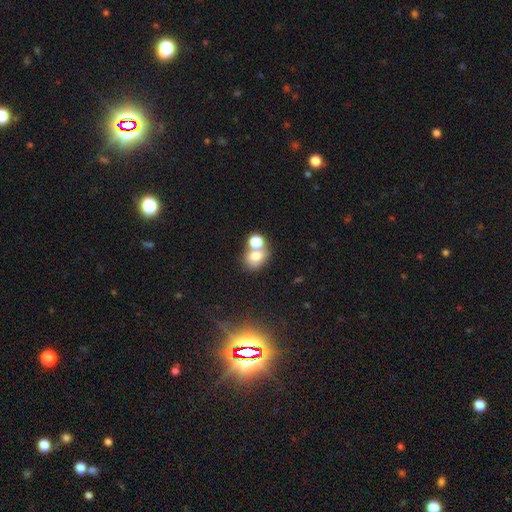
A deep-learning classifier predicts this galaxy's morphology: Smooth or featured? smooth (71%)
How rounded? round (53%)
Merging? merger (45%)